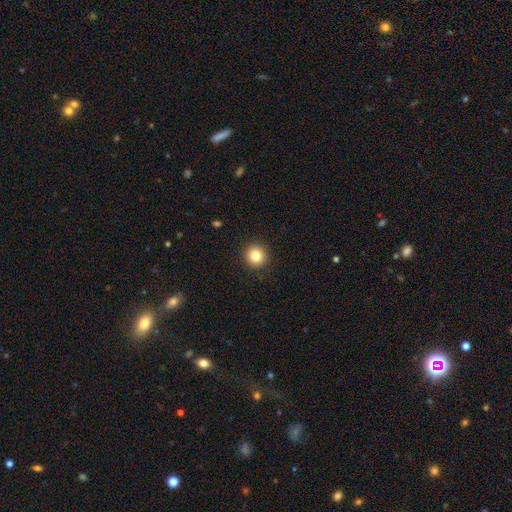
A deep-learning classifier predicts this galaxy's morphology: Q: Smooth or featured?
A: smooth (83%); runner-up: star or artifact (11%)
Q: How rounded?
A: round (94%); runner-up: in between (5%)
Q: Merging?
A: none (92%); runner-up: minor disturbance (5%)